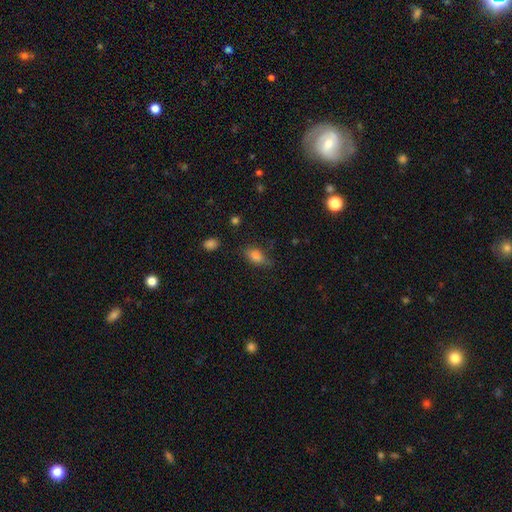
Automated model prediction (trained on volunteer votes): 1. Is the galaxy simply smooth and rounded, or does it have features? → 80% smooth, 10% star or artifact, 10% featured or disk.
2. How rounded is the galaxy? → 84% in between, 9% round, 7% cigar-shaped.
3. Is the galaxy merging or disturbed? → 68% none, 23% minor disturbance, 7% major disturbance, 2% merger.